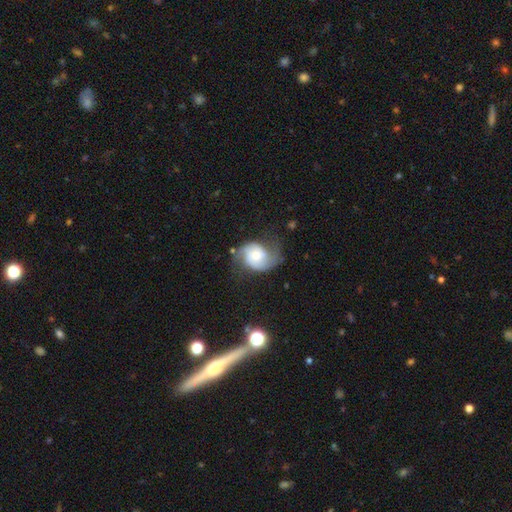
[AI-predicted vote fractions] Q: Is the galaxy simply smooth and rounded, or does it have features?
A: featured or disk — 70%.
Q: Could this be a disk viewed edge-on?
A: no — 97%.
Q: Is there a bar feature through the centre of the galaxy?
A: no — 67%.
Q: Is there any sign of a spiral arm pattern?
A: yes — 91%.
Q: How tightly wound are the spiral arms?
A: medium — 42%.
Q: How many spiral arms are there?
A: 2 — 87%.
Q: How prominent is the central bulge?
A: moderate — 49%.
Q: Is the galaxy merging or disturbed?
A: none — 53%.